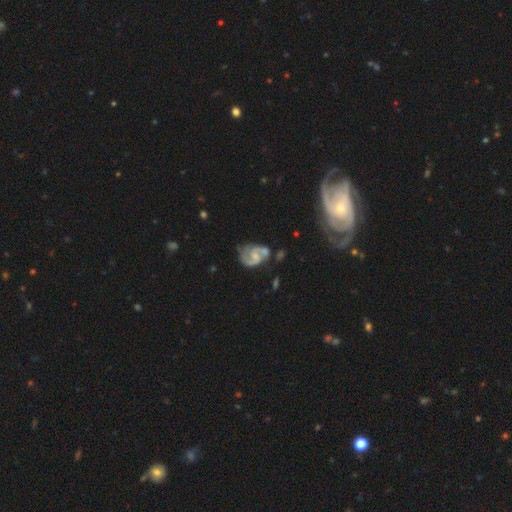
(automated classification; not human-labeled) This is clearly a featured or disk galaxy (85%). It is clearly not viewed edge-on (98%). Bar: possibly weak (45%, tied with no). Spiral arm pattern: clearly yes (95%). Spiral arm count: clearly 2 (87%). Spiral winding: possibly medium (54%). Central bulge: possibly small (52%). Merging: possibly none (49%).